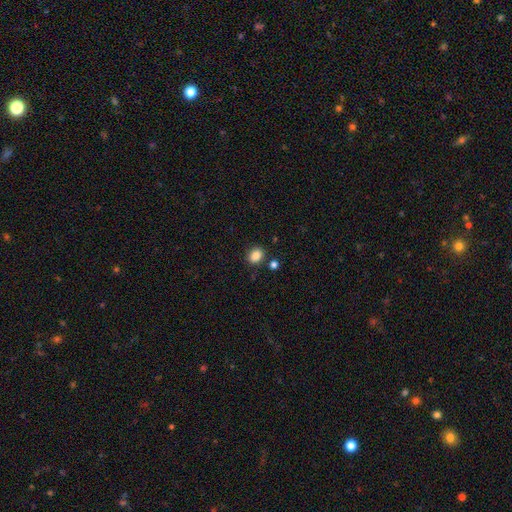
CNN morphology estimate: smooth_or_featured: smooth (p=0.86) [alt: star or artifact p=0.10]
how_rounded: round (p=0.50) [alt: in between p=0.49]
merging: none (p=0.82) [alt: minor disturbance p=0.10]